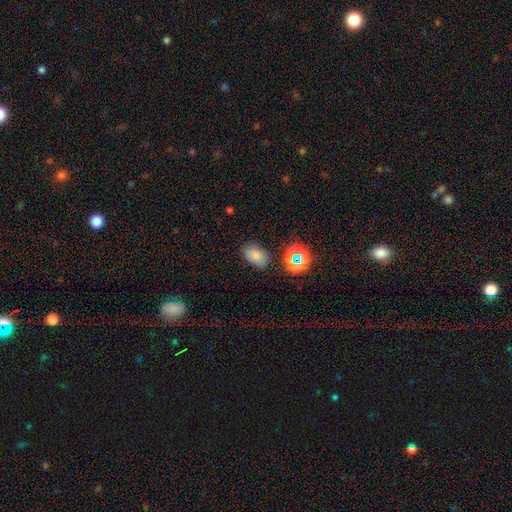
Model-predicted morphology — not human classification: The model was most divided on "smooth or featured": smooth: 77%, star or artifact: 16%, featured or disk: 7%. More confident: how rounded — in between (86%); merging — none (79%).